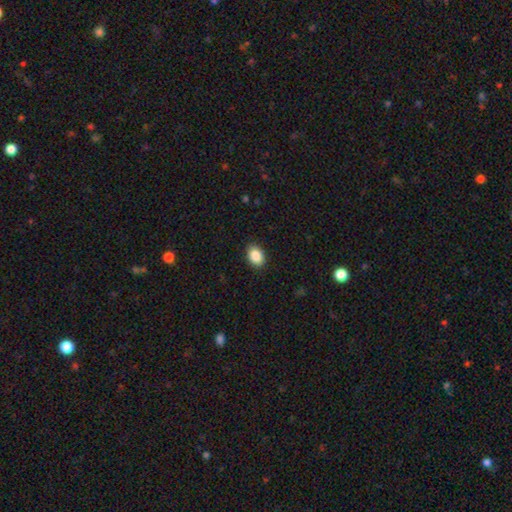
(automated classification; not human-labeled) Smooth or featured: smooth — 88% (star or artifact — 8%)
How rounded: in between — 76% (round — 23%)
Merging: none — 89% (minor disturbance — 8%)